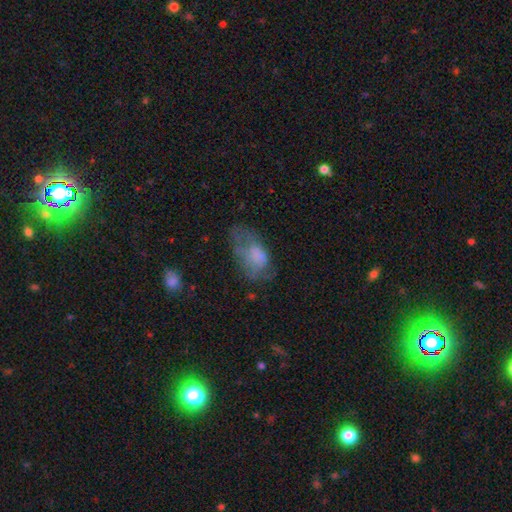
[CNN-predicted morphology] A smooth galaxy with no disk features (55%) that is in between round and cigar-shaped (88%).

Vote fractions:
- Smooth or featured? smooth: 55% / featured or disk: 34% / star or artifact: 11%
- How rounded? in between: 88% / round: 9% / cigar-shaped: 3%
- Merging? major disturbance: 38% / none: 32% / minor disturbance: 27% / merger: 4%